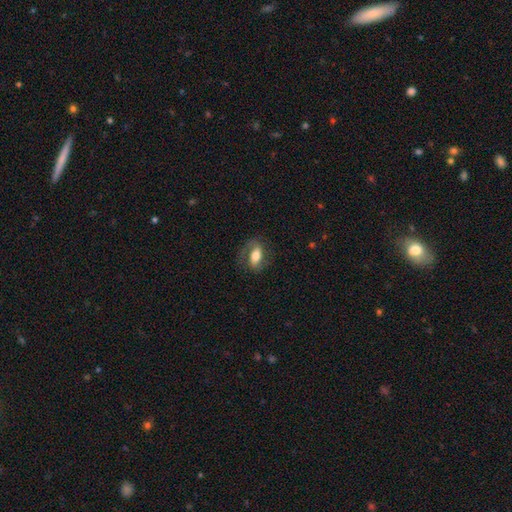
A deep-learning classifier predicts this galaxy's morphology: Smooth or featured? Predicted: smooth (p=0.53). How rounded? Predicted: in between (p=0.83). Merging? Predicted: none (p=0.68).